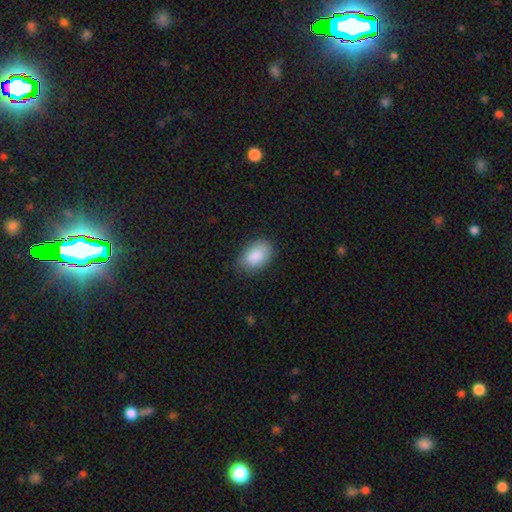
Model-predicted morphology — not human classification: Smooth or featured?
  - smooth: 88% *
  - star or artifact: 6%
  - featured or disk: 5%
How rounded?
  - in between: 90% *
  - round: 9%
  - cigar-shaped: 1%
Merging?
  - none: 77% *
  - minor disturbance: 18%
  - major disturbance: 3%
  - merger: 1%